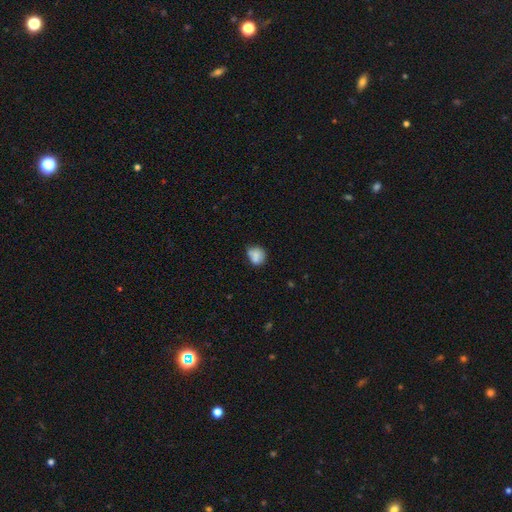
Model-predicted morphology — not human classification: smooth 77%, featured or disk 14%, star or artifact 9%. Down the decision tree: how rounded — round (68%); merging — none (50%).